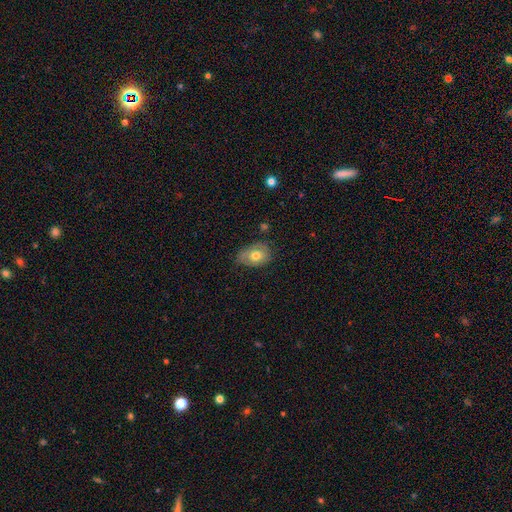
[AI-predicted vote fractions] Morphology: type=smooth (64%); roundness=in between (77%); merging=none (57%).